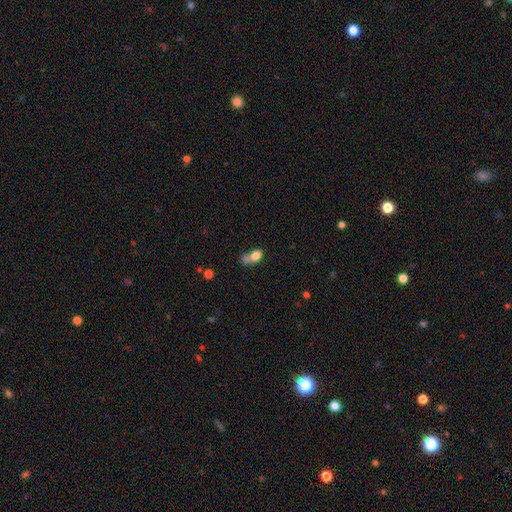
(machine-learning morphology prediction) smooth-or-featured: smooth: 75% | featured or disk: 14% | star or artifact: 11%
  how-rounded: in between: 69% | round: 27% | cigar-shaped: 4%
  merging: merger: 46% | none: 24% | minor disturbance: 16% | major disturbance: 14%